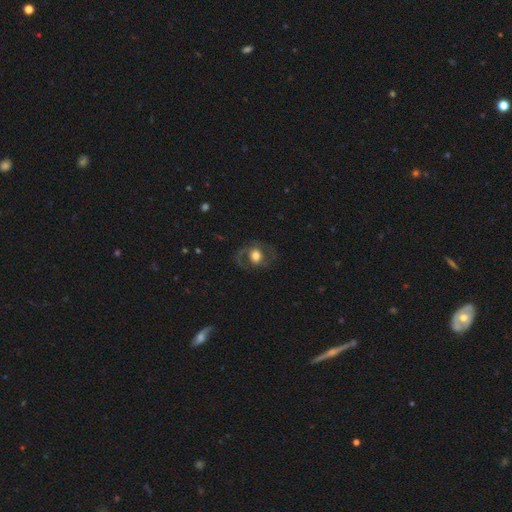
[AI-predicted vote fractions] featured or disk 55%, smooth 37%, star or artifact 8%. Down the decision tree: edge-on disk — no (96%); bar — no (74%); spiral arms — yes (58%); bulge size — moderate (49%); merging — none (69%).